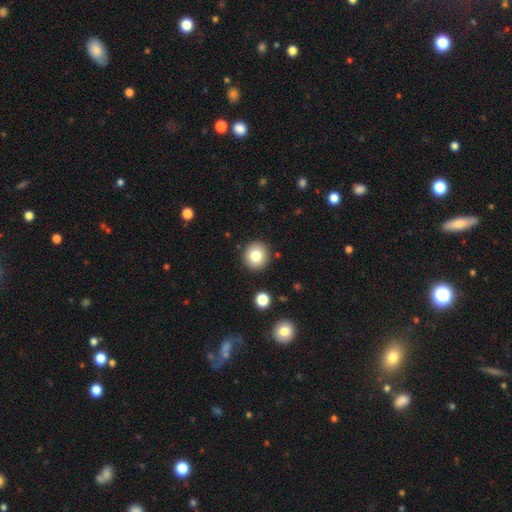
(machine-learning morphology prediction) This is likely a smooth galaxy (80%). How rounded: clearly round (92%). Merging: clearly none (90%).